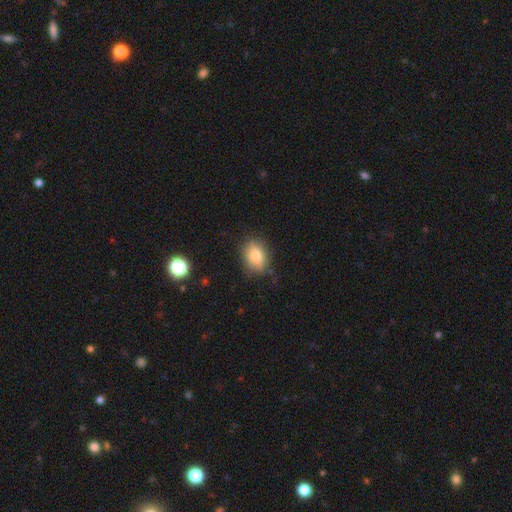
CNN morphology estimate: Smooth or featured: smooth — 74% (featured or disk — 17%)
How rounded: in between — 69% (round — 28%)
Merging: none — 77% (minor disturbance — 17%)